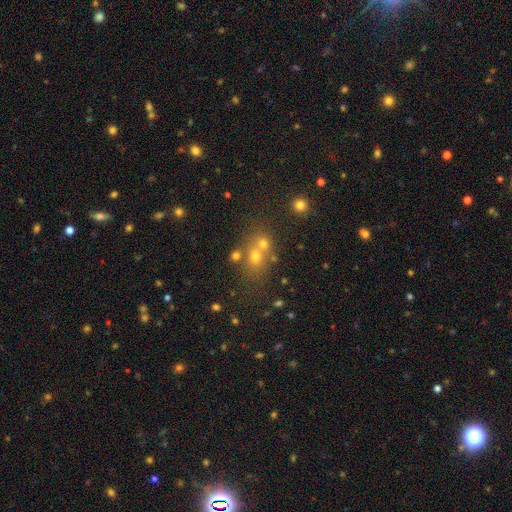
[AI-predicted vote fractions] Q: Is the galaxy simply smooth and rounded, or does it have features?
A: smooth — 57%.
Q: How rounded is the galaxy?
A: round — 65%.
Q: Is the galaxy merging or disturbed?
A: merger — 46%.